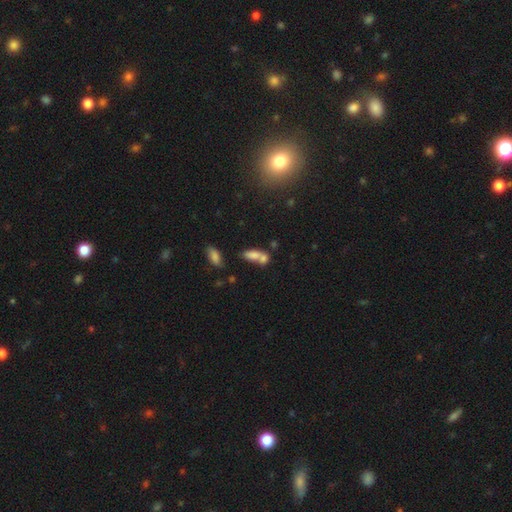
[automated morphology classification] A smooth galaxy with no disk features (73%) that is in between round and cigar-shaped (75%). Merging: merger (57%).